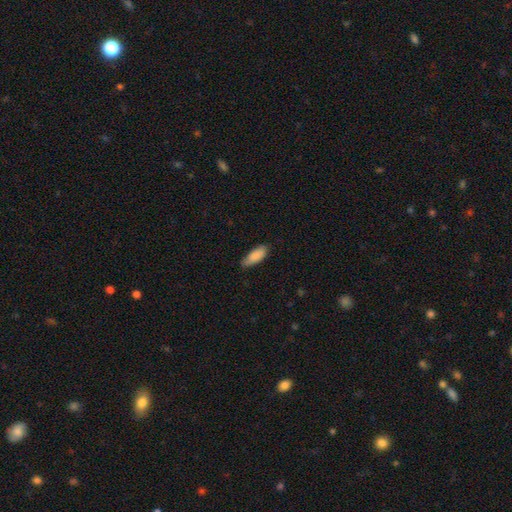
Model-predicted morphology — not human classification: A smooth galaxy with no disk features (88%) that is in between round and cigar-shaped (78%).

Vote fractions:
- Smooth or featured? smooth: 88% / featured or disk: 7% / star or artifact: 6%
- How rounded? in between: 78% / cigar-shaped: 21% / round: 2%
- Merging? none: 72% / minor disturbance: 24% / major disturbance: 3% / merger: 1%